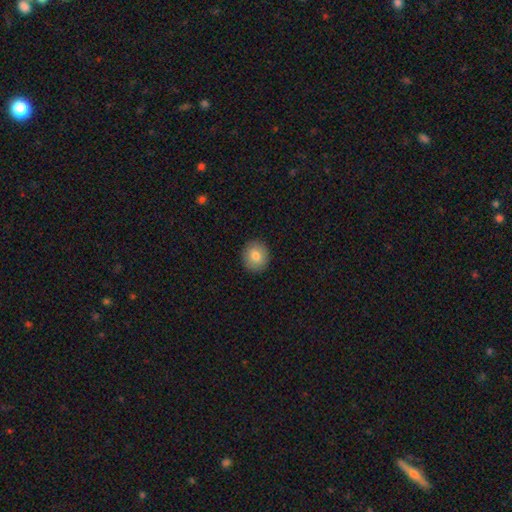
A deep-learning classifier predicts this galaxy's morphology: Q: Smooth or featured?
A: smooth (81%); runner-up: featured or disk (10%)
Q: How rounded?
A: round (81%); runner-up: in between (18%)
Q: Merging?
A: none (91%); runner-up: minor disturbance (6%)